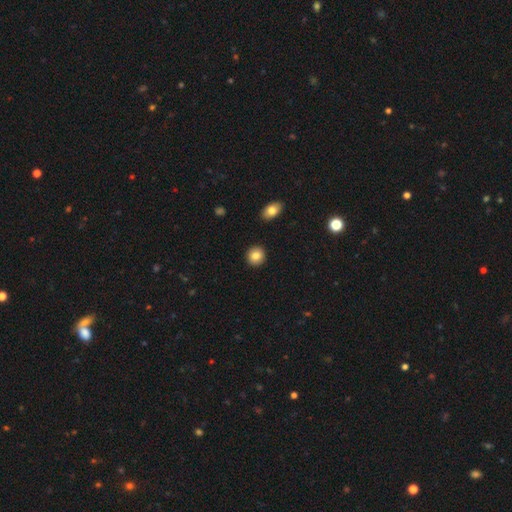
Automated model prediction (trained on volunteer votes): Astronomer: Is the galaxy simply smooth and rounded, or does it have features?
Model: smooth — 85%.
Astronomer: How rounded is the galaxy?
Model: round — 87%.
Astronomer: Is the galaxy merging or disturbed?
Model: none — 91%.